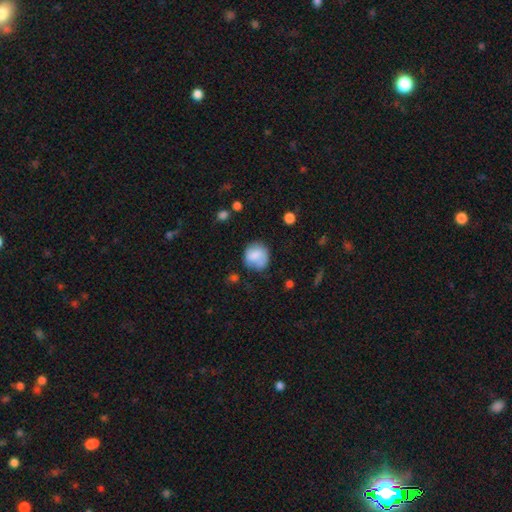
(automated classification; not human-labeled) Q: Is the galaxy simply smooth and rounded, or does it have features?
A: smooth — 69%.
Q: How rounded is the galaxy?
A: round — 80%.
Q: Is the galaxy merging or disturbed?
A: none — 60%.